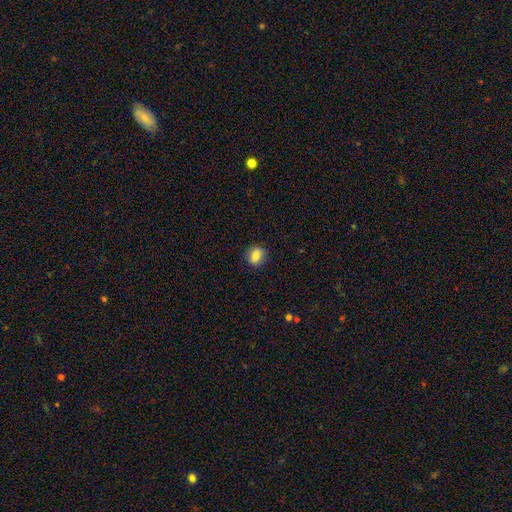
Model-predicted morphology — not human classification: smooth 79%, featured or disk 12%, star or artifact 9%. Down the decision tree: how rounded — round (59%); merging — none (87%).